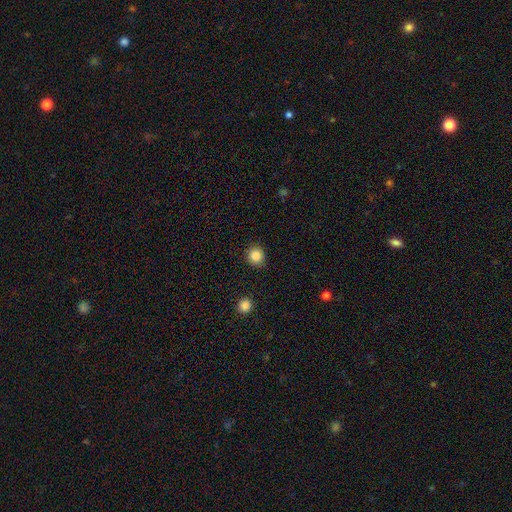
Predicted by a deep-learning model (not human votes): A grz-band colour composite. It shows a smooth galaxy with no disk features (86%) that is round (92%). Merging: none (89%).